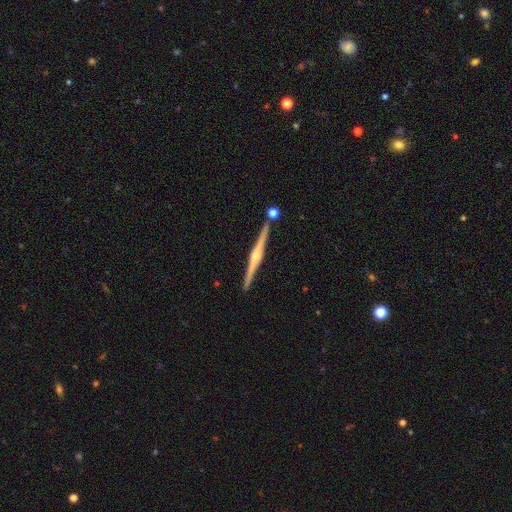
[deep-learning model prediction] smooth_or_featured: featured or disk (p=0.83) [alt: smooth p=0.11]
disk_edge_on: yes (p=0.98) [alt: no p=0.02]
edge_on_bulge: rounded (p=0.83) [alt: none p=0.10]
merging: none (p=0.89) [alt: minor disturbance p=0.07]